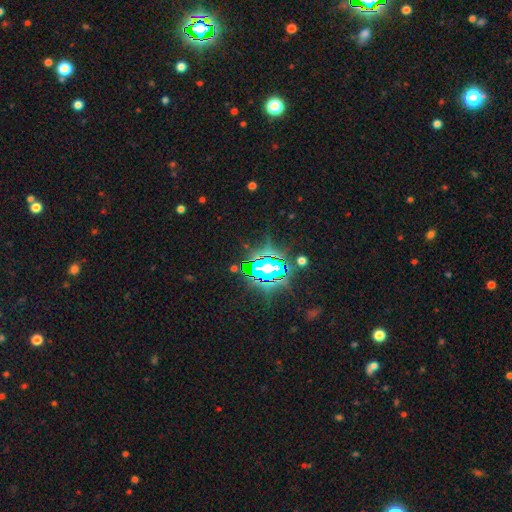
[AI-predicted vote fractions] star or artifact 78%, smooth 12%, featured or disk 10%.